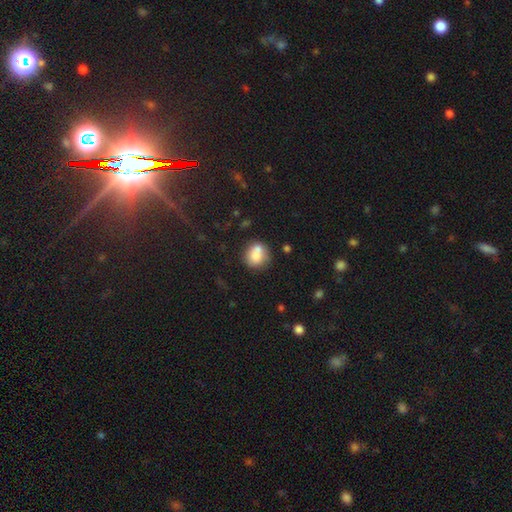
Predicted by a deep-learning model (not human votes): Q: Smooth or featured?
A: smooth (78%); runner-up: featured or disk (13%)
Q: How rounded?
A: round (65%); runner-up: in between (33%)
Q: Merging?
A: none (51%); runner-up: merger (28%)